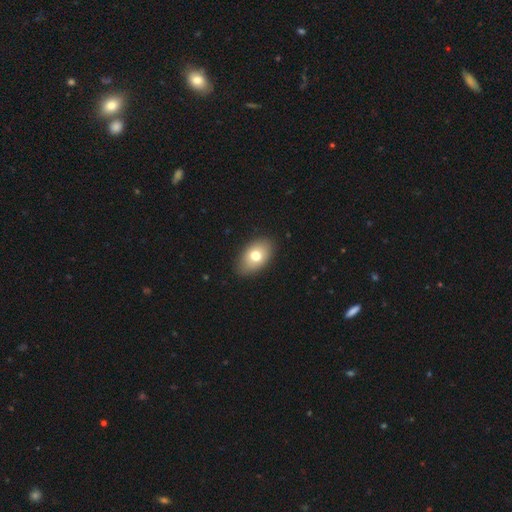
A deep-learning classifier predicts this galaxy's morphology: smooth 72%, featured or disk 20%, star or artifact 8%. Down the decision tree: how rounded — in between (89%); merging — none (86%).